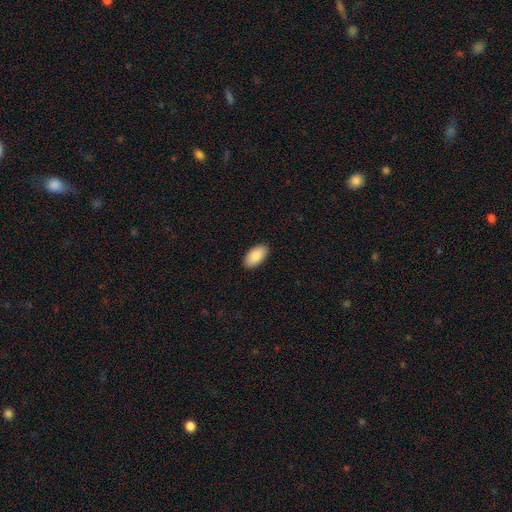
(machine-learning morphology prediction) Smooth or featured?
  - smooth: 88% *
  - featured or disk: 6%
  - star or artifact: 6%
How rounded?
  - in between: 96% *
  - round: 2%
  - cigar-shaped: 2%
Merging?
  - none: 90% *
  - minor disturbance: 7%
  - major disturbance: 2%
  - merger: 1%